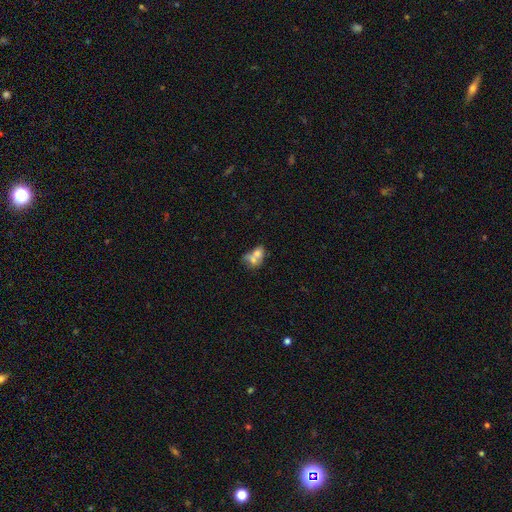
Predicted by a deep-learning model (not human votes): A smooth galaxy with no disk features (61%) that is in between round and cigar-shaped (63%).

Vote fractions:
- Smooth or featured? smooth: 61% / featured or disk: 28% / star or artifact: 11%
- How rounded? in between: 63% / round: 34% / cigar-shaped: 2%
- Merging? merger: 66% / none: 19% / minor disturbance: 8% / major disturbance: 7%